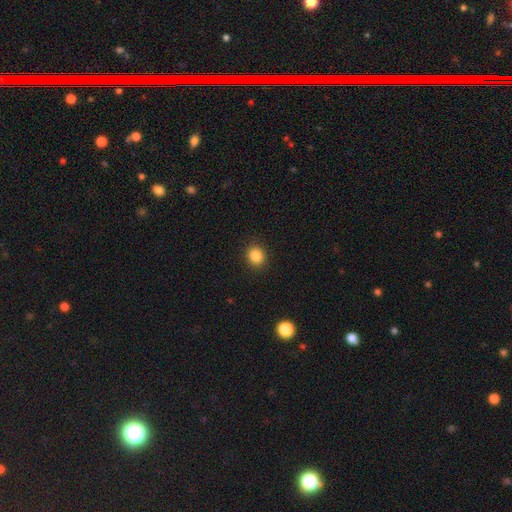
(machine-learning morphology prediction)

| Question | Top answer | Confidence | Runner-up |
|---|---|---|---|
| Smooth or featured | smooth | 86% | star or artifact (10%) |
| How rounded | round | 74% | in between (25%) |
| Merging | none | 90% | minor disturbance (7%) |